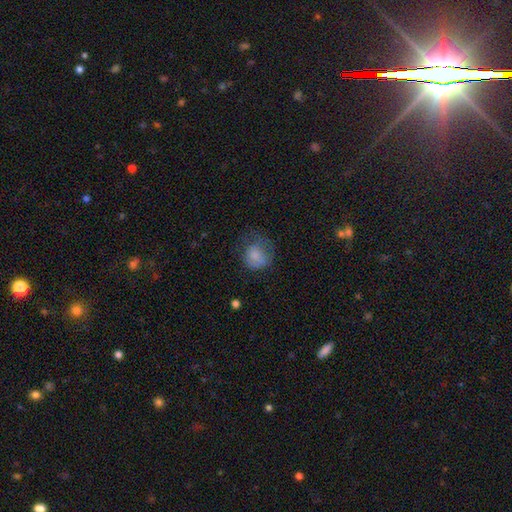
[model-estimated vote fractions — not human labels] This is likely a smooth galaxy (76%). How rounded: likely round (73%). Merging: marginally none (38%).